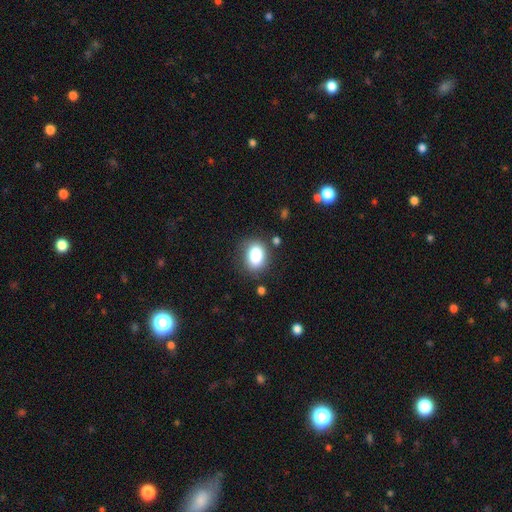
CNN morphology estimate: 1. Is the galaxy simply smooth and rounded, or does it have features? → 86% smooth, 9% star or artifact, 5% featured or disk.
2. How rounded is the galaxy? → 71% in between, 28% round, 1% cigar-shaped.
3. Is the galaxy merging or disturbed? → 77% none, 15% minor disturbance, 5% major disturbance, 3% merger.